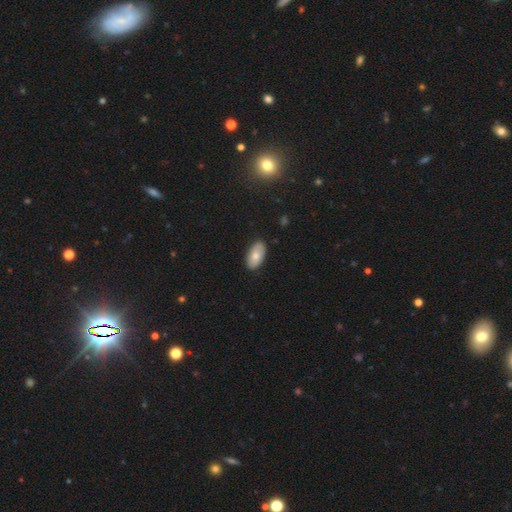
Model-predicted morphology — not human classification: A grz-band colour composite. It shows a smooth galaxy with no disk features (78%) that is in between round and cigar-shaped (95%). Merging: none (86%).